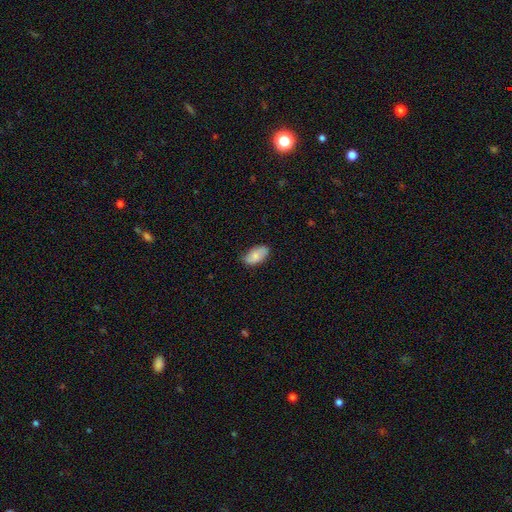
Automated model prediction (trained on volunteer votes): This is likely a smooth galaxy (74%). How rounded: clearly in between (94%). Merging: likely none (75%).